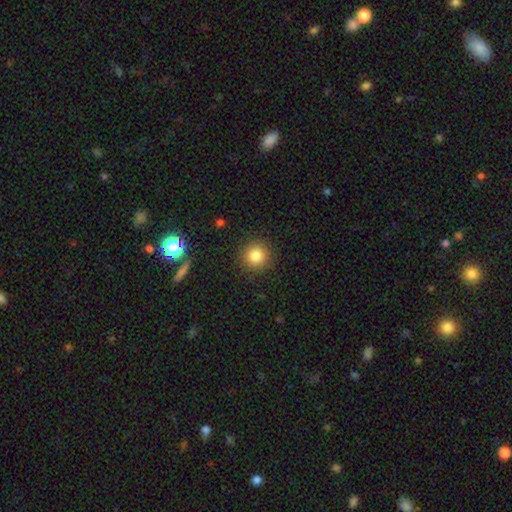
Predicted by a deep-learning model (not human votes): Overall: smooth (82%). How rounded: round (93%). Merging: none (89%).